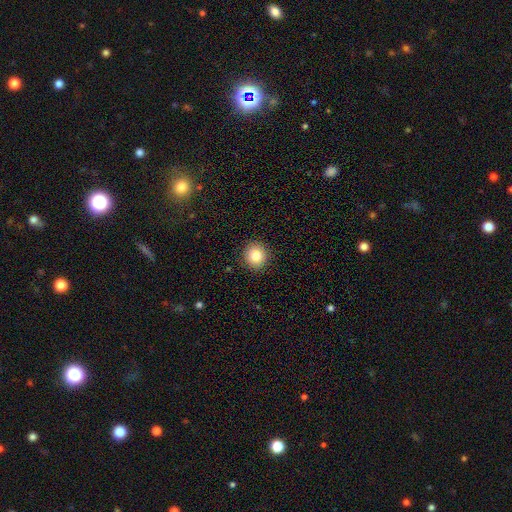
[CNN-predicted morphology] A smooth galaxy with no disk features (82%) that is round (88%). Merging: none (91%).